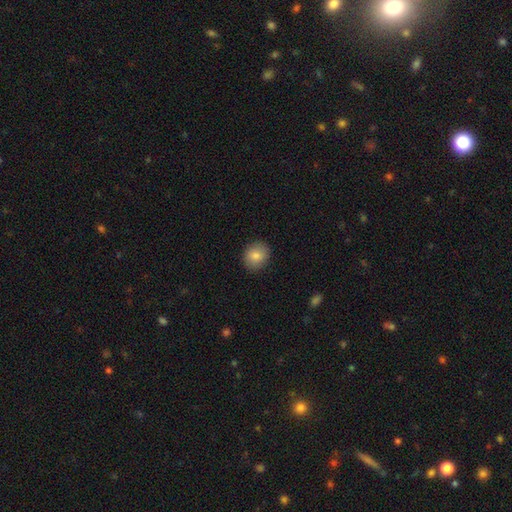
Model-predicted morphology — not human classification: This is clearly a smooth galaxy (84%). How rounded: likely round (67%). Merging: clearly none (89%).